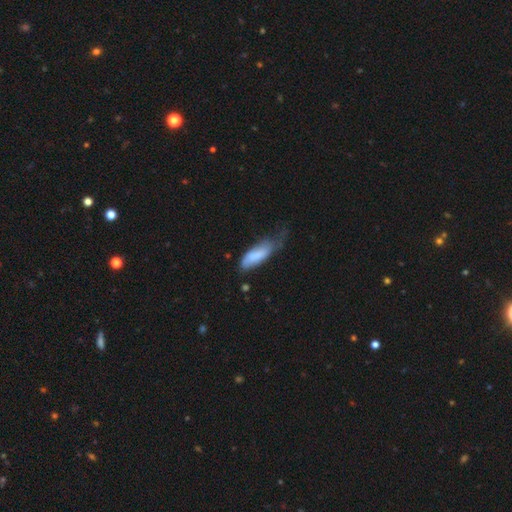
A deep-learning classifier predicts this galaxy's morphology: The model was most divided on "merging": minor disturbance: 42%, major disturbance: 28%, none: 27%, merger: 4%. More confident: smooth or featured — smooth (77%); how rounded — in between (66%).